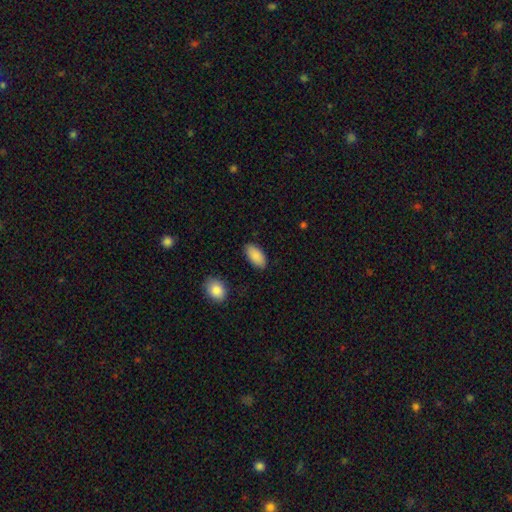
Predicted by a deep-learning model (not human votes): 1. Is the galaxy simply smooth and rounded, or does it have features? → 89% smooth, 6% star or artifact, 4% featured or disk.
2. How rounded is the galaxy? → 94% in between, 4% cigar-shaped, 2% round.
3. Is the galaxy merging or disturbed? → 87% none, 9% minor disturbance, 2% major disturbance, 2% merger.